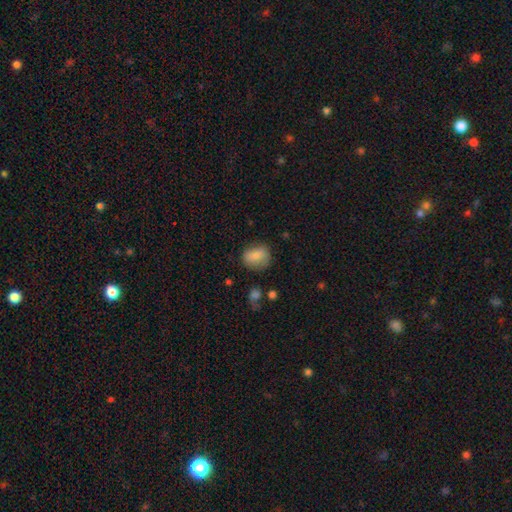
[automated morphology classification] Overall: smooth (80%). How rounded: in between (49%, tied with round). Merging: none (67%).